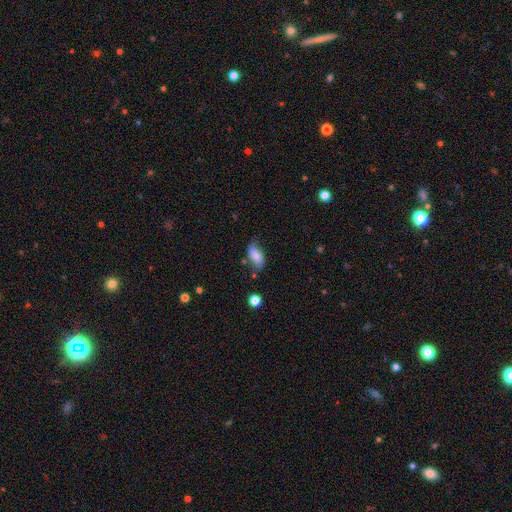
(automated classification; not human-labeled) smooth-or-featured: smooth: 75% | featured or disk: 17% | star or artifact: 8%
  how-rounded: in between: 87% | cigar-shaped: 9% | round: 4%
  merging: none: 58% | minor disturbance: 28% | major disturbance: 8% | merger: 5%